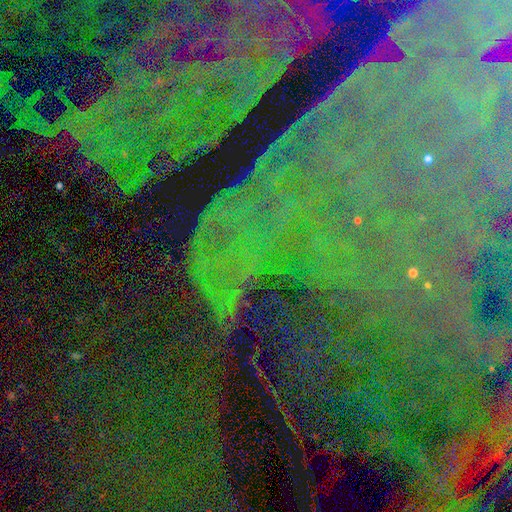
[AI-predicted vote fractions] Overall: star or artifact (85%).